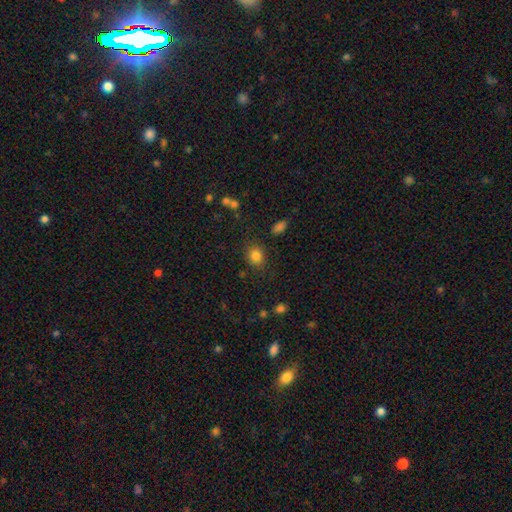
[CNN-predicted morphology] Smooth or featured: smooth — 83% (star or artifact — 11%)
How rounded: round — 59% (in between — 39%)
Merging: none — 81% (minor disturbance — 12%)